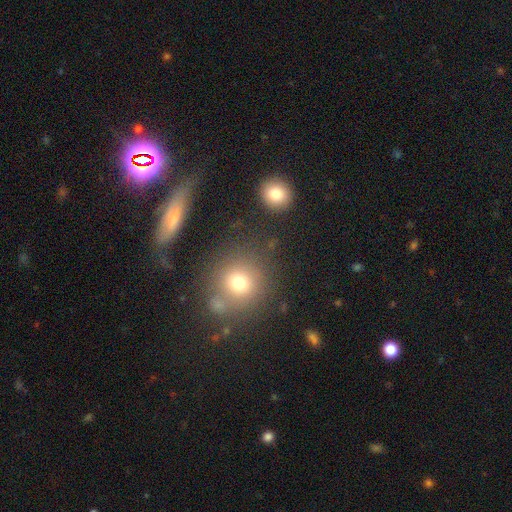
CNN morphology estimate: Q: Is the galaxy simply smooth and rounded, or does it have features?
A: smooth — 50%.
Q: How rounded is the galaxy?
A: round — 85%.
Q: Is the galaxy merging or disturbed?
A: none — 73%.